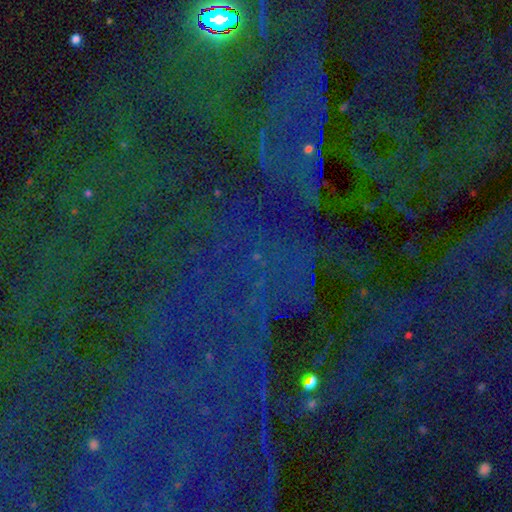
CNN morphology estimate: star or artifact 84%, smooth 9%, featured or disk 7%.